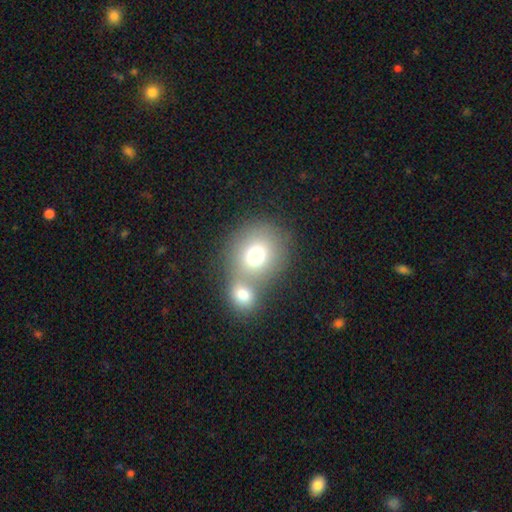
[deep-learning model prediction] smooth 74%, featured or disk 15%, star or artifact 11%. Down the decision tree: how rounded — round (75%); merging — merger (52%).